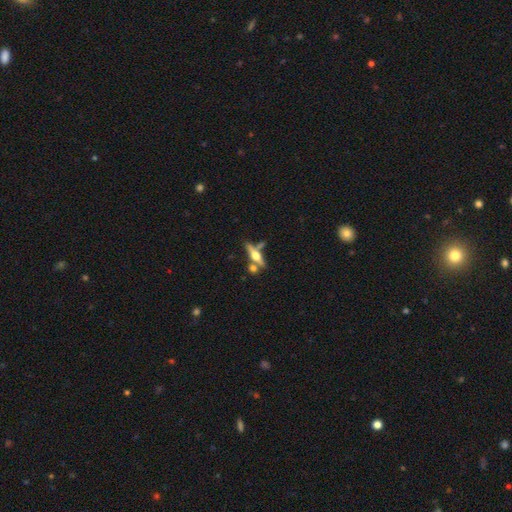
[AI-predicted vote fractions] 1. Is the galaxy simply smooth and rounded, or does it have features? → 65% featured or disk, 27% smooth, 8% star or artifact.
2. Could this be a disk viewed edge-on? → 91% yes, 9% no.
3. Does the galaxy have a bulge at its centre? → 94% rounded, 3% boxy, 2% none.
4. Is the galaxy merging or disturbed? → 55% none, 26% merger, 13% minor disturbance, 7% major disturbance.